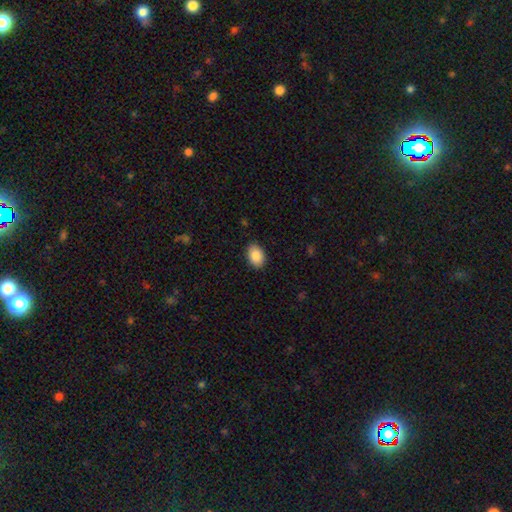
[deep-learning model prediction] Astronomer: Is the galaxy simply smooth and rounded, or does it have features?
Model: smooth — 89%.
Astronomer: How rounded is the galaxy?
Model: in between — 84%.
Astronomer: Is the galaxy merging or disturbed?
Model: none — 88%.